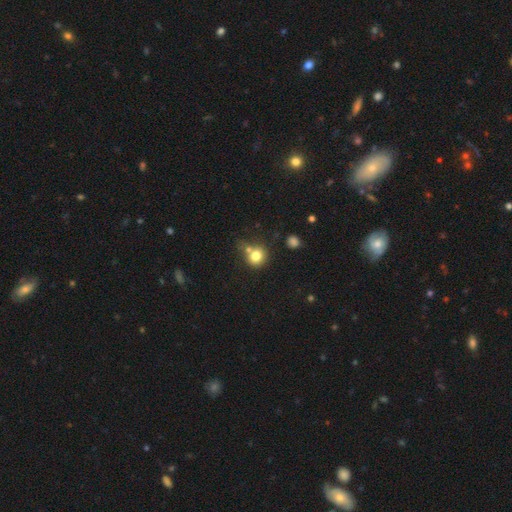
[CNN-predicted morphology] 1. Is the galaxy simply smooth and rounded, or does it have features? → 78% smooth, 12% star or artifact, 10% featured or disk.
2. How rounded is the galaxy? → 82% round, 17% in between, 1% cigar-shaped.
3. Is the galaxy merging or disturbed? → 51% none, 30% merger, 14% minor disturbance, 6% major disturbance.